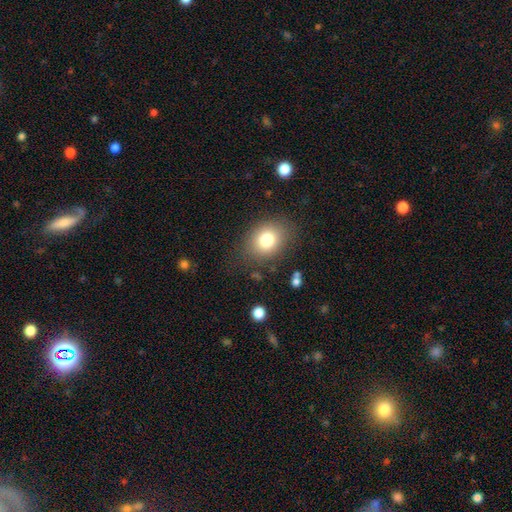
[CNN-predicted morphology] The model was most divided on "how rounded": in between: 55%, round: 44%, cigar-shaped: 1%. More confident: merging — none (84%); smooth or featured — smooth (77%).